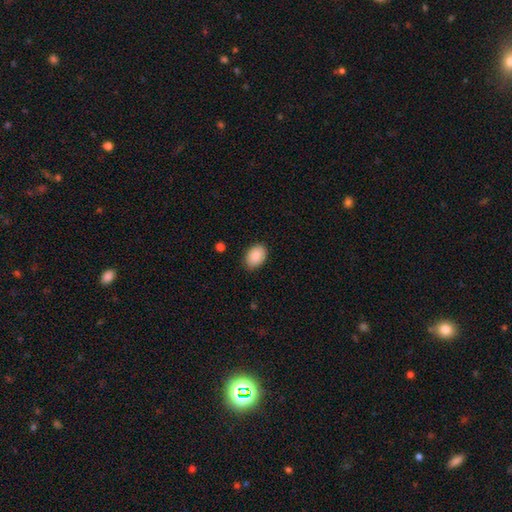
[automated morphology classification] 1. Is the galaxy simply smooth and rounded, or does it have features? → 89% smooth, 7% star or artifact, 4% featured or disk.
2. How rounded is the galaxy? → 83% in between, 16% round, 1% cigar-shaped.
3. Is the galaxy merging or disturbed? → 85% none, 12% minor disturbance, 2% major disturbance, 1% merger.